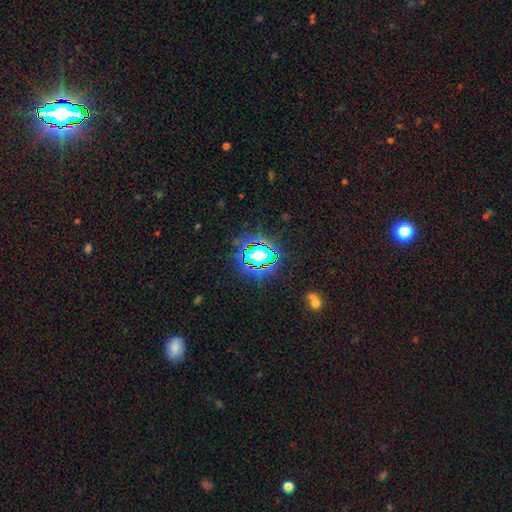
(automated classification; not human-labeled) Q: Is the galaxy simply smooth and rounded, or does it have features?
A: star or artifact — 65%.